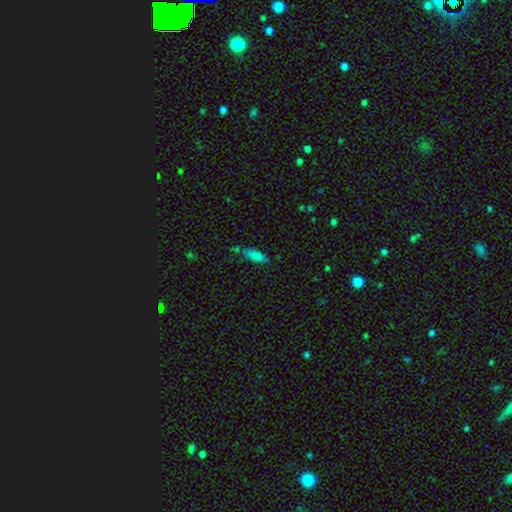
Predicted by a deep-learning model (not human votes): A smooth galaxy with no disk features (82%) that is in between round and cigar-shaped (66%).

Vote fractions:
- Smooth or featured? smooth: 82% / star or artifact: 11% / featured or disk: 8%
- How rounded? in between: 66% / cigar-shaped: 31% / round: 2%
- Merging? none: 62% / minor disturbance: 23% / merger: 10% / major disturbance: 5%